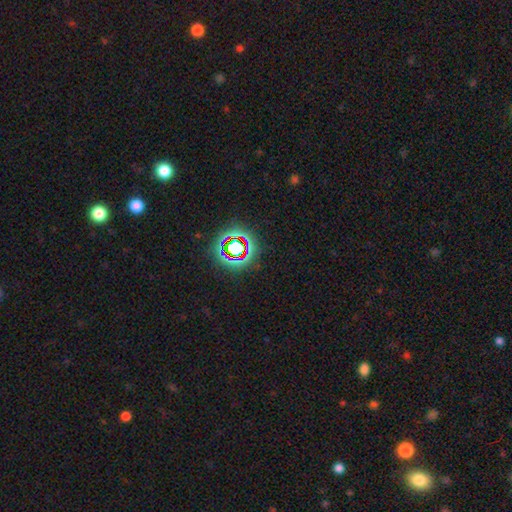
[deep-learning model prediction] A star or artifact, not a galaxy (66%).

Vote fractions:
- Smooth or featured? star or artifact: 66% / smooth: 19% / featured or disk: 15%